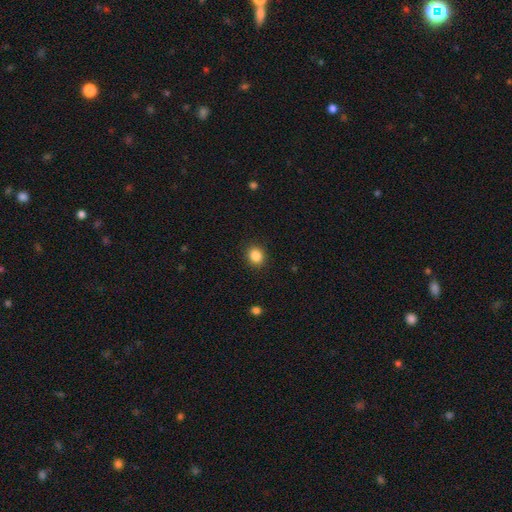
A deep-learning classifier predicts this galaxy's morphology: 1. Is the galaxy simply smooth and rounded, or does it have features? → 86% smooth, 10% star or artifact, 4% featured or disk.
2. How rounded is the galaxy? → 72% round, 27% in between, 1% cigar-shaped.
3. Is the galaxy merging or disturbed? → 90% none, 6% minor disturbance, 2% major disturbance, 1% merger.